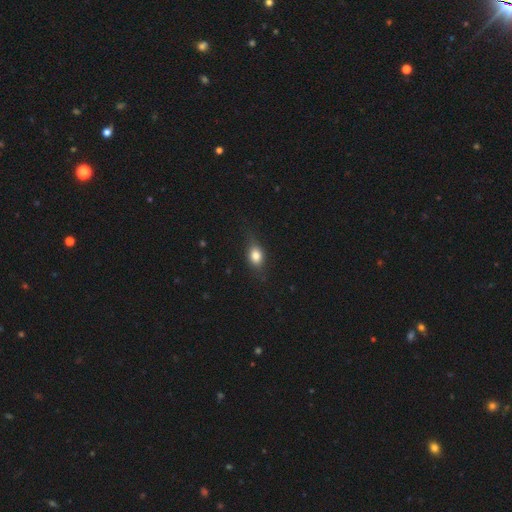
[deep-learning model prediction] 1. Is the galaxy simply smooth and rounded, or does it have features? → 79% smooth, 12% featured or disk, 9% star or artifact.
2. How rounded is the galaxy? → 69% in between, 27% round, 4% cigar-shaped.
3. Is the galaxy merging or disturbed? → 71% none, 22% minor disturbance, 6% major disturbance, 1% merger.